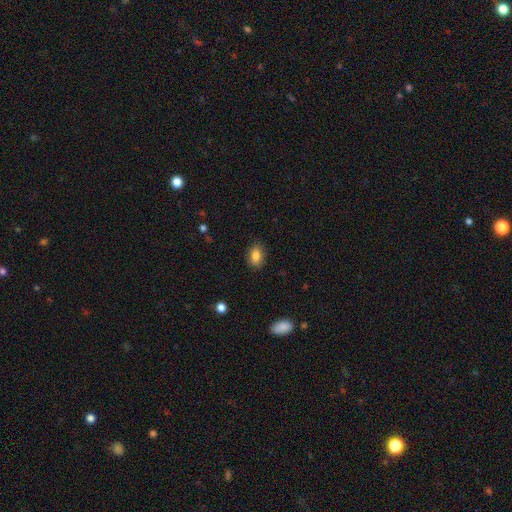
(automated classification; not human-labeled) Morphology: type=smooth (83%); roundness=in between (80%); merging=none (87%).